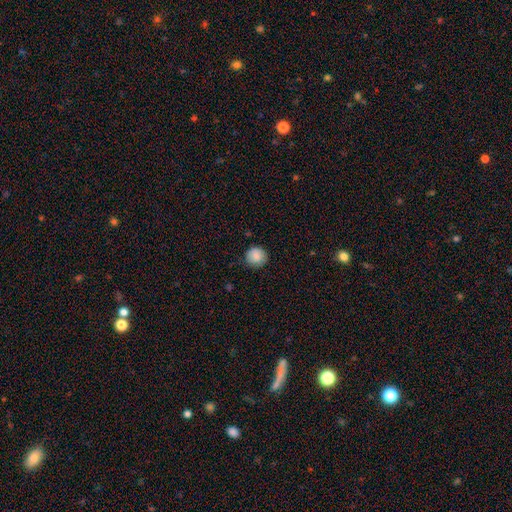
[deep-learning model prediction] Smooth or featured?
  - smooth: 87% *
  - star or artifact: 8%
  - featured or disk: 4%
How rounded?
  - round: 92% *
  - in between: 7%
  - cigar-shaped: 1%
Merging?
  - none: 84% *
  - minor disturbance: 12%
  - major disturbance: 3%
  - merger: 1%